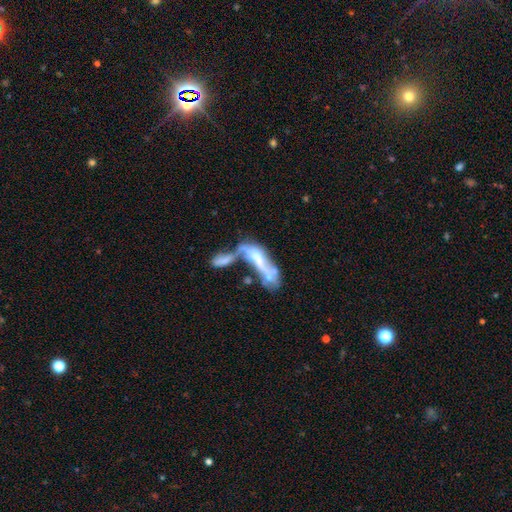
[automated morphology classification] Smooth or featured? Predicted: featured or disk (p=0.55). Edge-on disk? Predicted: no (p=0.83). Merging? Predicted: merger (p=0.68).